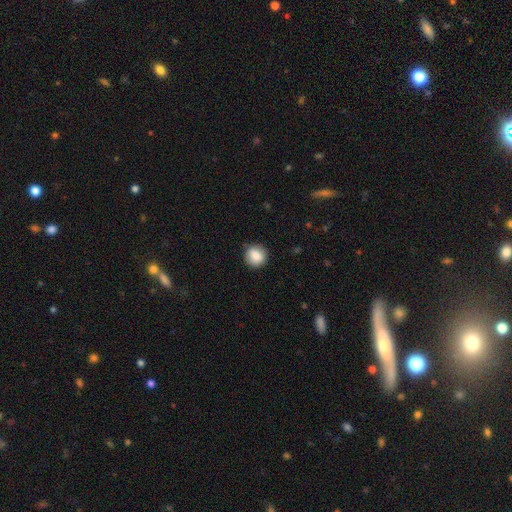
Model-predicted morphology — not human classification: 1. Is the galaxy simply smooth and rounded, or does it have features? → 84% smooth, 8% star or artifact, 7% featured or disk.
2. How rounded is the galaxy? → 88% round, 11% in between, 1% cigar-shaped.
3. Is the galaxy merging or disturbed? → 86% none, 11% minor disturbance, 2% major disturbance, 1% merger.